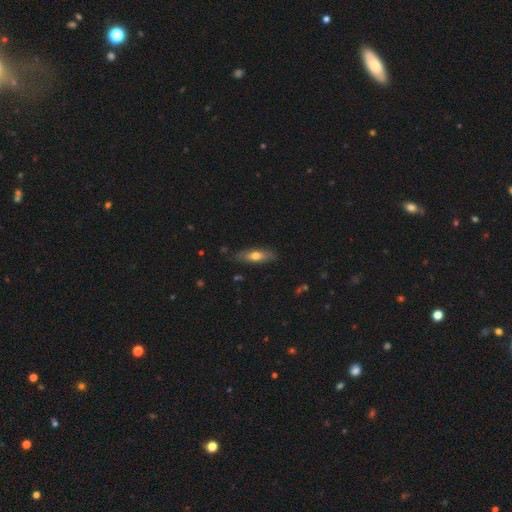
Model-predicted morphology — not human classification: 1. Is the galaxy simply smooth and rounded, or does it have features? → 58% smooth, 36% featured or disk, 6% star or artifact.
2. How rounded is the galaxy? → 49% in between, 48% cigar-shaped, 3% round.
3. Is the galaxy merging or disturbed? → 83% none, 13% minor disturbance, 2% major disturbance, 1% merger.